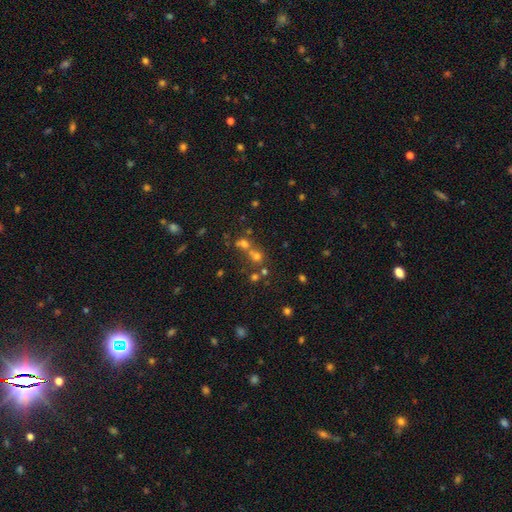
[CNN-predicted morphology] This appears to be a smooth galaxy with no disk features (47%). Merging: none (46%).